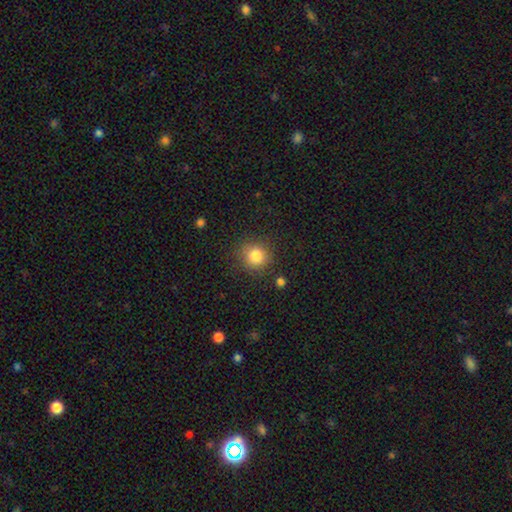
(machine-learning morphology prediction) The model was most divided on "smooth or featured": smooth: 83%, star or artifact: 11%, featured or disk: 6%. More confident: how rounded — round (89%); merging — none (84%).